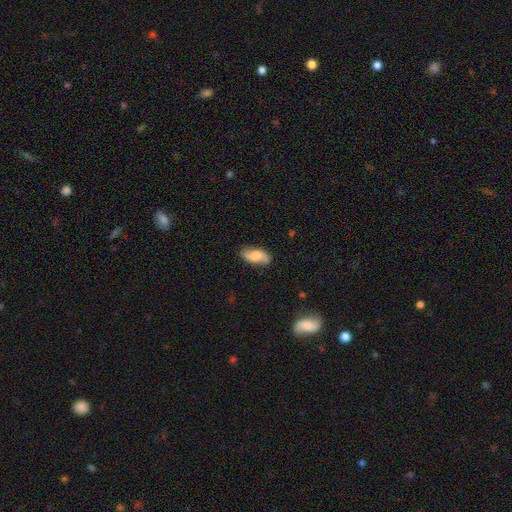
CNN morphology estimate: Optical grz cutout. It shows a smooth galaxy with no disk features (46%, tied with featured or disk). Merging: none (80%).